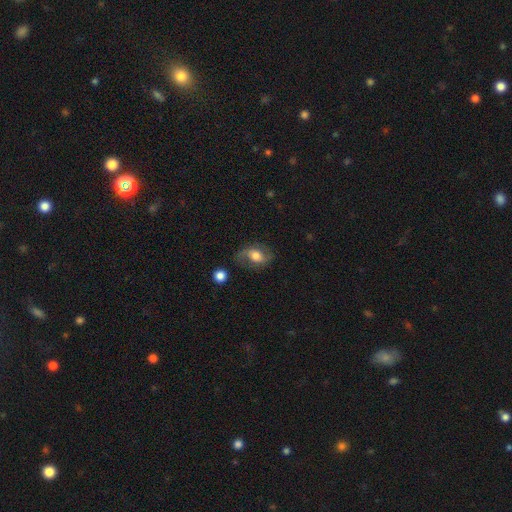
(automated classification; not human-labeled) A smooth galaxy with no disk features (50%) that is in between round and cigar-shaped (76%). Merging: none (61%).